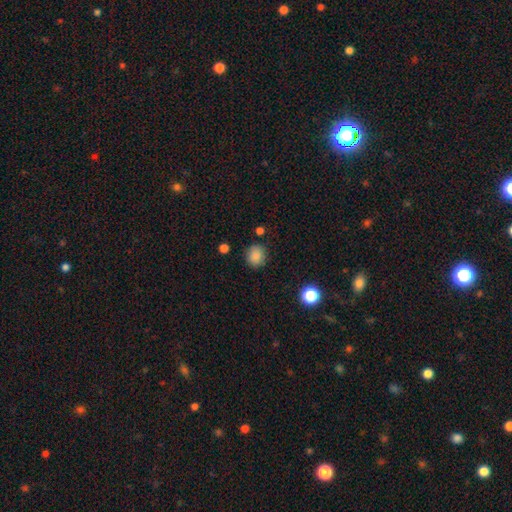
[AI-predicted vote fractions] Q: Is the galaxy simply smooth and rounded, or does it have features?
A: smooth — 86%.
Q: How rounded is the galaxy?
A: round — 77%.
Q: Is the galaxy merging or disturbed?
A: none — 84%.